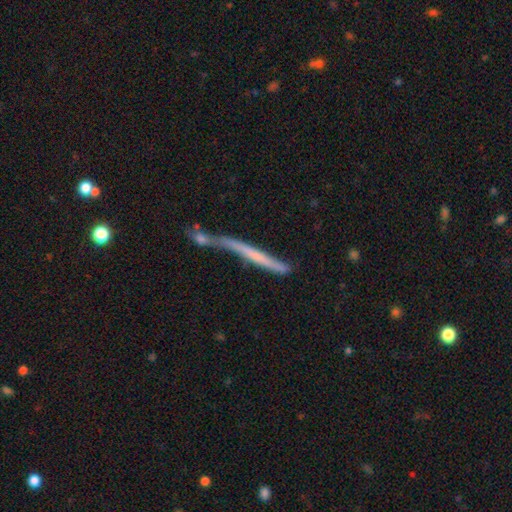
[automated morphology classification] Smooth or featured? featured or disk (49%)
Merging? merger (42%)